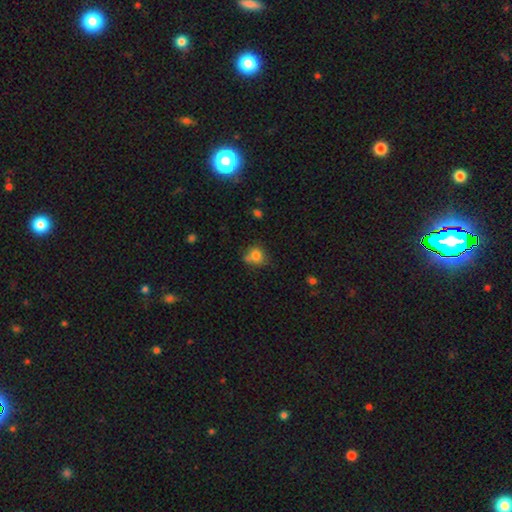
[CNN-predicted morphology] Smooth or featured? smooth (79%)
How rounded? round (78%)
Merging? none (59%)